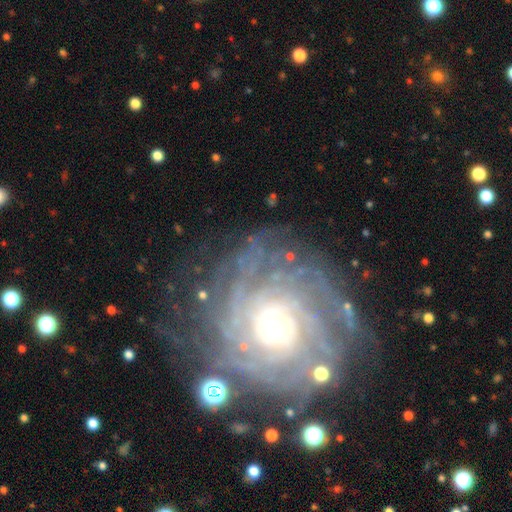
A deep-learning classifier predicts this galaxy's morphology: A featured or disk galaxy (88%) with no bar (76%), more than 4 (27%, tied with can't tell) tight (81%) spiral arms (97%) and a moderate central bulge (58%).

Vote fractions:
- Smooth or featured? featured or disk: 88% / star or artifact: 7% / smooth: 5%
- Edge-on disk? no: 97% / yes: 3%
- Bar? no: 76% / weak: 18% / strong: 7%
- Spiral arms? yes: 97% / no: 3%
- Spiral winding? tight: 81% / medium: 16% / loose: 3%
- Spiral arm count? more than 4: 27% (tied) / can't tell: 27% (tied) / 4: 17% / 3: 12% / 2: 9% / 1: 8%
- Bulge size? moderate: 58% / small: 33% / large: 7% / dominant: 1% / none: 1%
- Merging? none: 76% / minor disturbance: 14% / major disturbance: 7% / merger: 3%